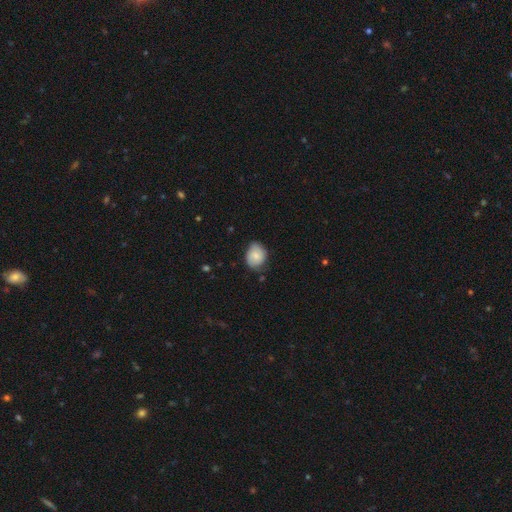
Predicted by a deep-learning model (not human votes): smooth-or-featured: smooth: 74% | featured or disk: 19% | star or artifact: 7%
  how-rounded: round: 53% | in between: 46% | cigar-shaped: 1%
  merging: none: 64% | minor disturbance: 30% | major disturbance: 5% | merger: 1%